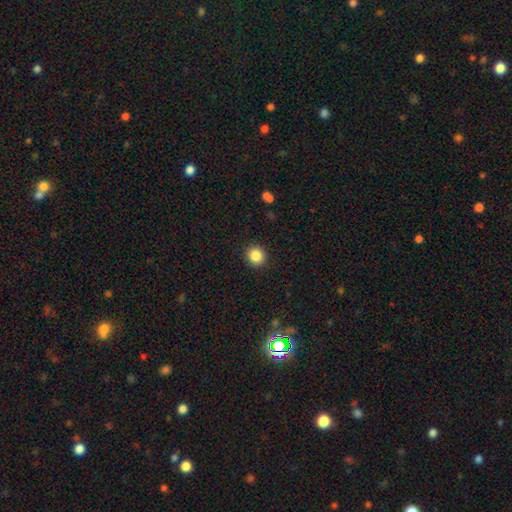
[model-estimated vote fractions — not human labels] Overall: smooth (86%). How rounded: round (89%). Merging: none (92%).